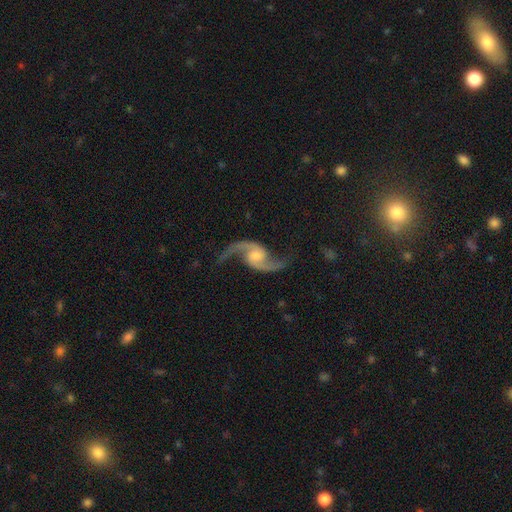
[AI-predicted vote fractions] featured or disk 93%, star or artifact 4%, smooth 3%. Down the decision tree: edge-on disk — no (97%); bar — no (53%); spiral arms — yes (98%); spiral arm count — 2 (95%); spiral winding — loose (74%); bulge size — moderate (51%); merging — none (79%).